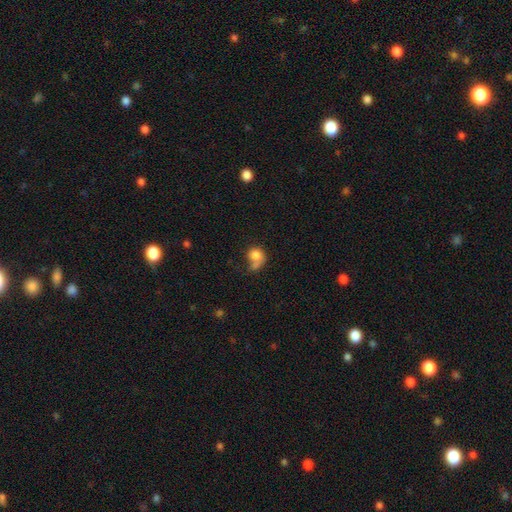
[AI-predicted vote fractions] smooth_or_featured: smooth (p=0.76) [alt: featured or disk p=0.15]
how_rounded: round (p=0.60) [alt: in between p=0.39]
merging: merger (p=0.33) [alt: none p=0.27]